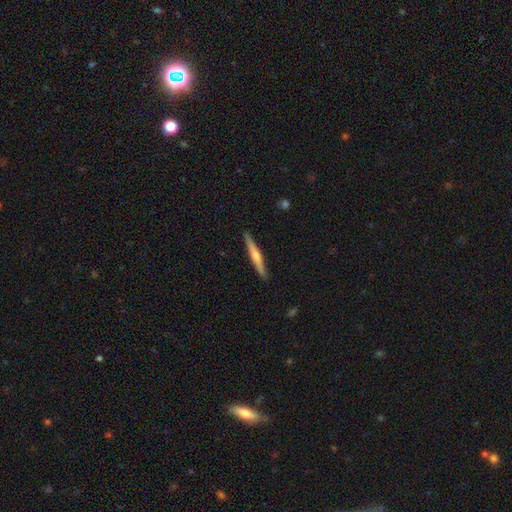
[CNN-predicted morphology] smooth-or-featured: featured or disk: 48% | smooth: 47% | star or artifact: 5%
  merging: none: 90% | minor disturbance: 8% | major disturbance: 1% | merger: 1%